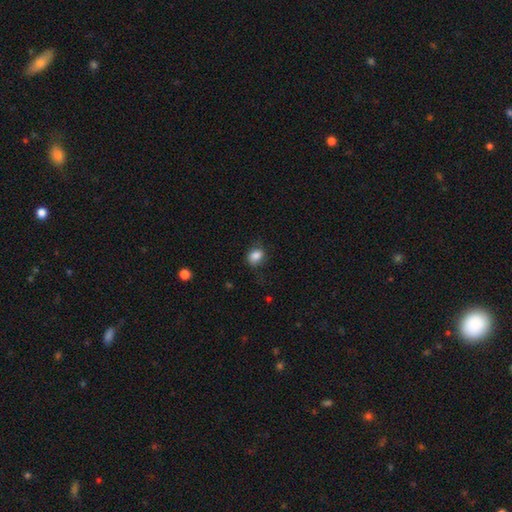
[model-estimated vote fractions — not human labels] Smooth or featured?
  - smooth: 84% *
  - star or artifact: 9%
  - featured or disk: 7%
How rounded?
  - in between: 57% *
  - round: 42%
  - cigar-shaped: 1%
Merging?
  - none: 70% *
  - minor disturbance: 22%
  - major disturbance: 7%
  - merger: 1%